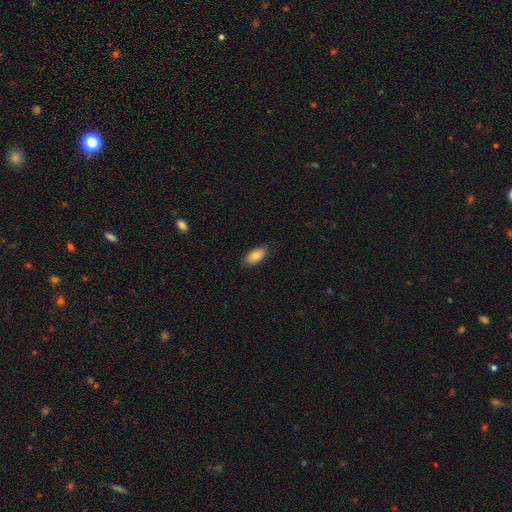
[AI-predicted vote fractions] Smooth or featured: smooth — 81% (featured or disk — 12%)
How rounded: in between — 91% (cigar-shaped — 6%)
Merging: none — 86% (minor disturbance — 11%)